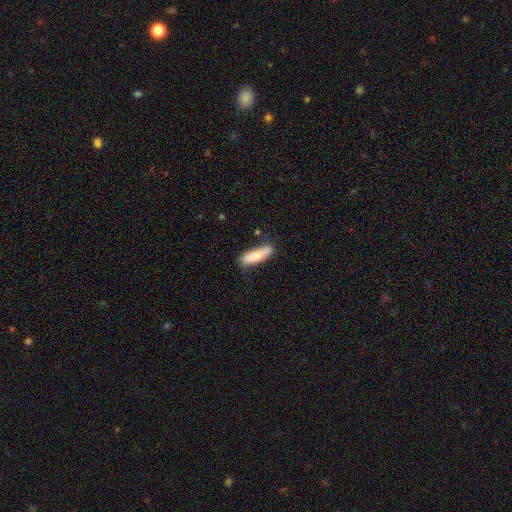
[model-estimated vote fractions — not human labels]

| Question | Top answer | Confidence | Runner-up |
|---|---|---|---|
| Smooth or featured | smooth | 77% | featured or disk (17%) |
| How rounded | cigar-shaped | 70% | in between (28%) |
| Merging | none | 76% | minor disturbance (16%) |